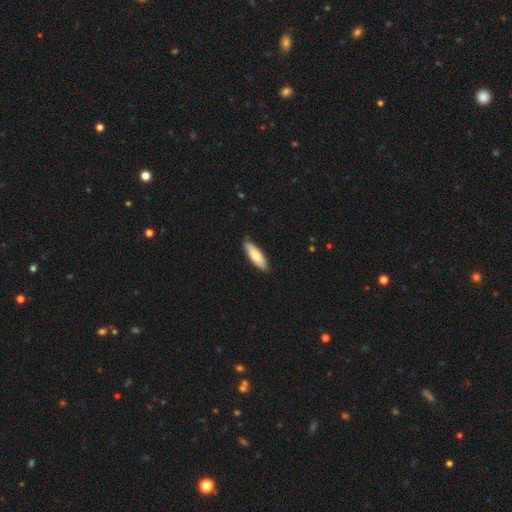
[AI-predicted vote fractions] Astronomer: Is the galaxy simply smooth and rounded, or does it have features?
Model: smooth — 75%.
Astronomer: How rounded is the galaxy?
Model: cigar-shaped — 55% (runner-up: in between, 43%).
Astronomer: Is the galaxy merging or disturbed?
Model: none — 87%.